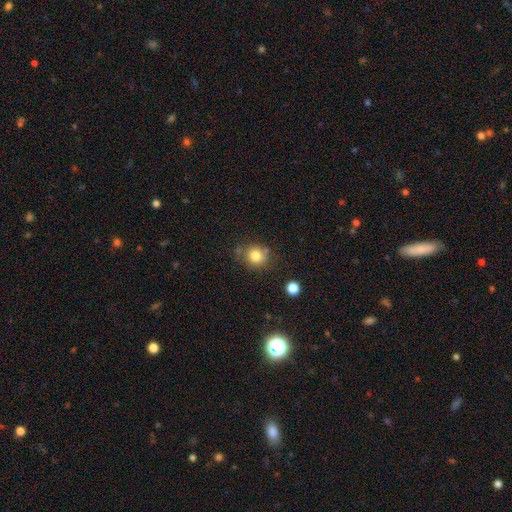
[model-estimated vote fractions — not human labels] This is clearly a smooth galaxy (81%). How rounded: clearly round (81%). Merging: likely none (70%).